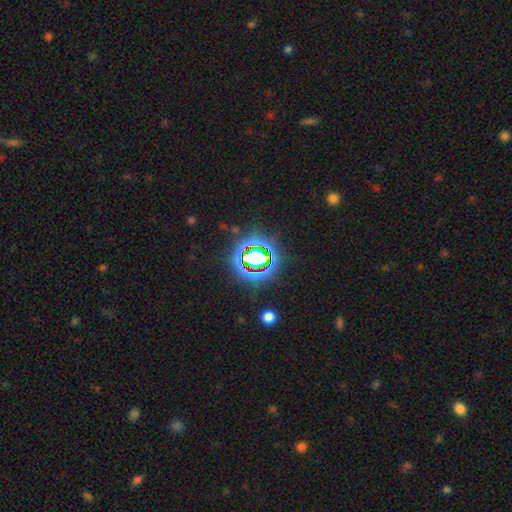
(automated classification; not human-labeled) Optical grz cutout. It shows a star or artifact, not a galaxy (77%).